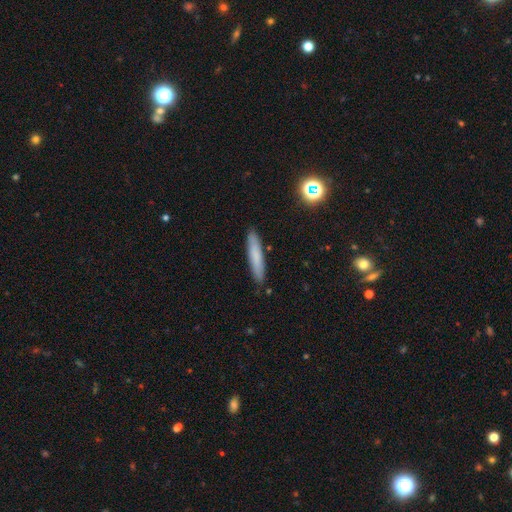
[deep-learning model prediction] smooth 74%, featured or disk 17%, star or artifact 8%. Down the decision tree: how rounded — cigar-shaped (91%); merging — none (89%).